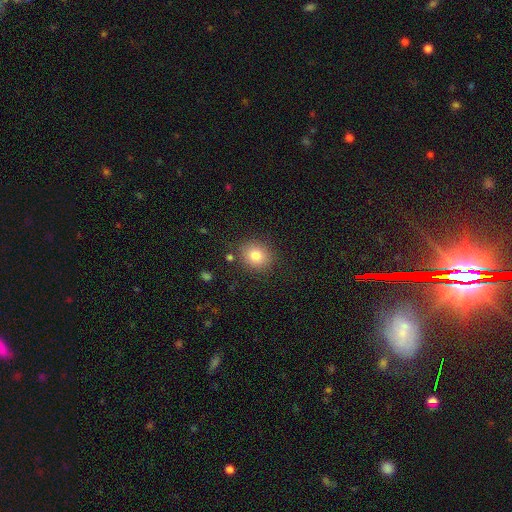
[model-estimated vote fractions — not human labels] Smooth or featured? Predicted: smooth (p=0.81). How rounded? Predicted: round (p=0.75). Merging? Predicted: none (p=0.84).